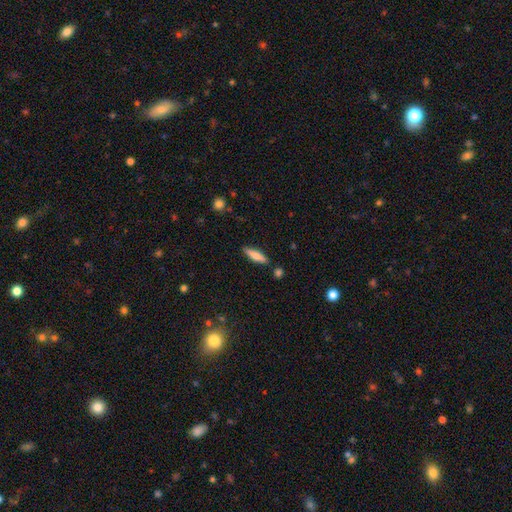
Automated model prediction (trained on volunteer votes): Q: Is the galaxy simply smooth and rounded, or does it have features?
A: smooth — 74%.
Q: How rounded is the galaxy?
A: cigar-shaped — 70%.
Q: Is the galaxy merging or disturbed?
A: none — 85%.